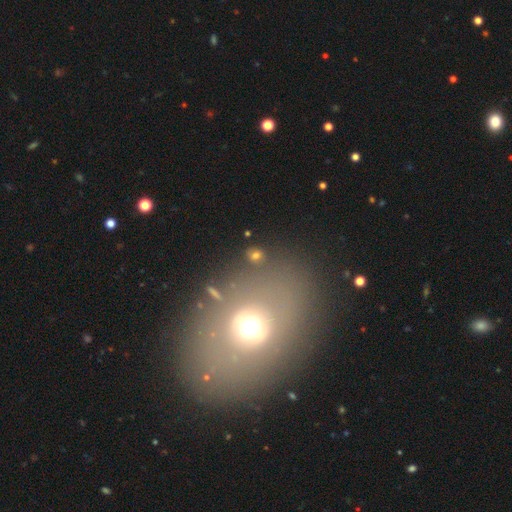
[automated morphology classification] Smooth or featured? smooth (59%)
How rounded? round (57%)
Merging? none (77%)